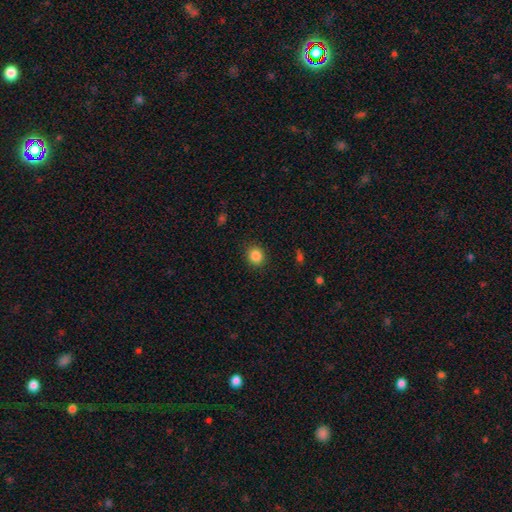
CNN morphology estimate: A smooth galaxy with no disk features (86%) that is round (82%).

Vote fractions:
- Smooth or featured? smooth: 86% / star or artifact: 10% / featured or disk: 4%
- How rounded? round: 82% / in between: 17% / cigar-shaped: 1%
- Merging? none: 90% / minor disturbance: 7% / major disturbance: 2% / merger: 1%